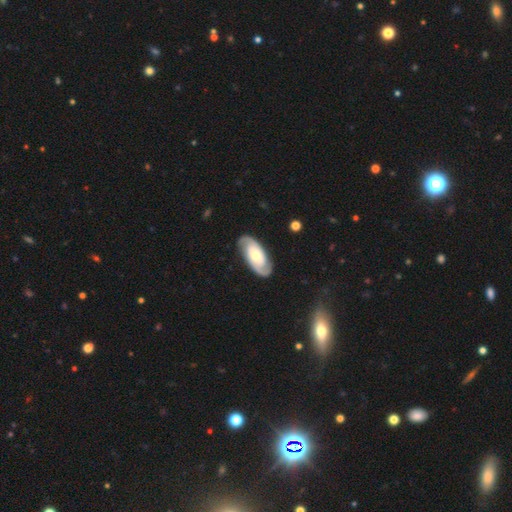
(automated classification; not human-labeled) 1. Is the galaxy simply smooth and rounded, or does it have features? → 81% featured or disk, 15% smooth, 4% star or artifact.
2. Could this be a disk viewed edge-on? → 95% no, 5% yes.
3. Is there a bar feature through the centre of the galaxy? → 65% no, 25% weak, 10% strong.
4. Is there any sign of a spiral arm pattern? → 94% yes, 6% no.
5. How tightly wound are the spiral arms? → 48% tight, 39% medium, 14% loose.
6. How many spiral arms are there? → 90% 2, 5% can't tell, 2% 1, 1% 3, 1% 4, 1% more than 4.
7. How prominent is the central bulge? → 54% moderate, 34% small, 8% large, 2% none, 2% dominant.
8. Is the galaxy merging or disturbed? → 85% none, 11% minor disturbance, 3% major disturbance, 1% merger.